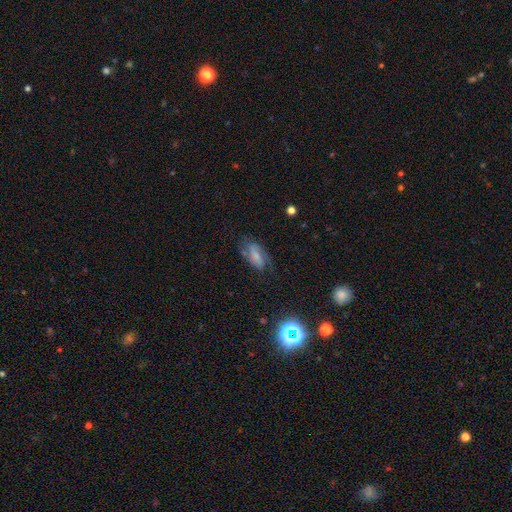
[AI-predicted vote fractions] smooth_or_featured: featured or disk (p=0.45) [tied with: smooth p=0.45]
merging: none (p=0.55) [alt: minor disturbance p=0.26]